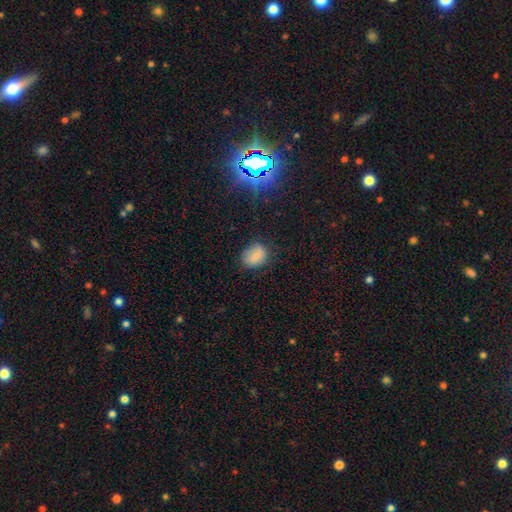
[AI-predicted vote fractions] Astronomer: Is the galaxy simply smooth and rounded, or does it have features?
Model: smooth — 74%.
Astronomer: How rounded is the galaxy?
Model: in between — 52% (runner-up: round, 46%).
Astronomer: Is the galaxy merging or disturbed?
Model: none — 73%.